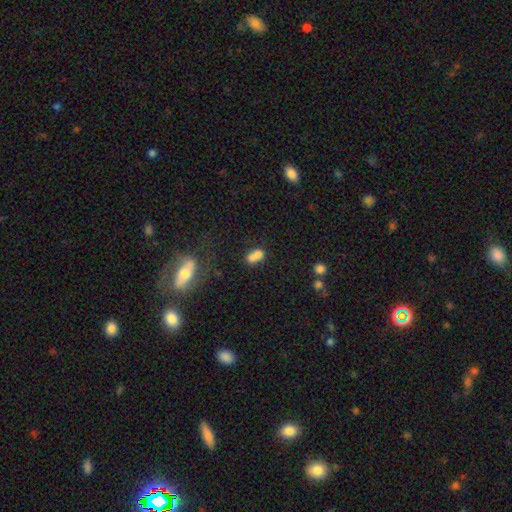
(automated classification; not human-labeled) Smooth or featured: smooth — 73% (featured or disk — 15%)
How rounded: in between — 69% (round — 26%)
Merging: merger — 54% (none — 29%)